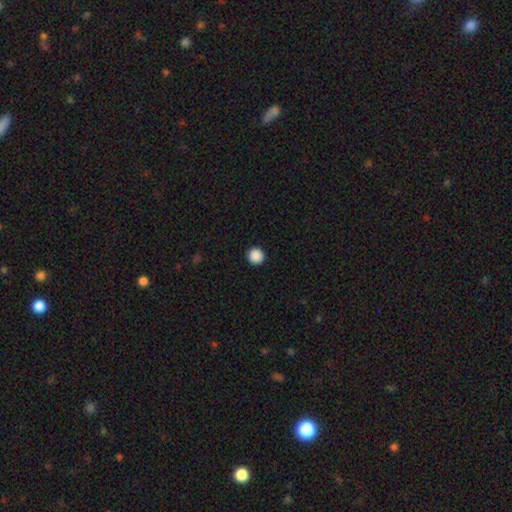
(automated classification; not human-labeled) This is clearly a smooth galaxy (89%). How rounded: clearly round (96%). Merging: clearly none (94%).